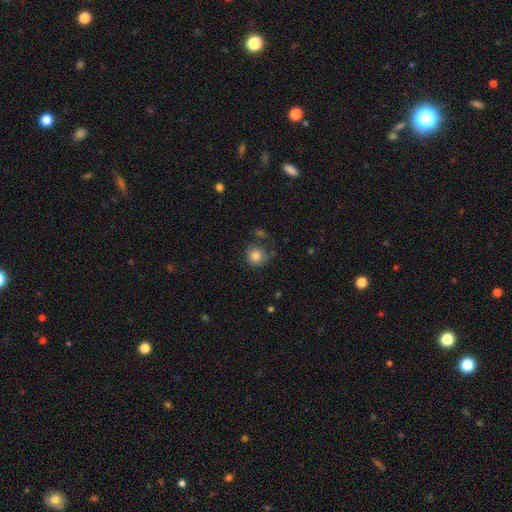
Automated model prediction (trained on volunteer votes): The model was most divided on "merging": none: 67%, minor disturbance: 19%, major disturbance: 7%, merger: 6%. More confident: how rounded — round (89%); smooth or featured — smooth (82%).